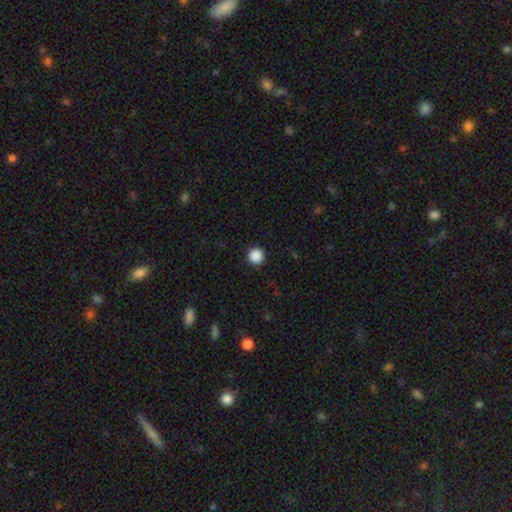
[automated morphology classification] Smooth or featured: smooth — 88% (star or artifact — 9%)
How rounded: round — 96% (in between — 4%)
Merging: none — 92% (minor disturbance — 5%)